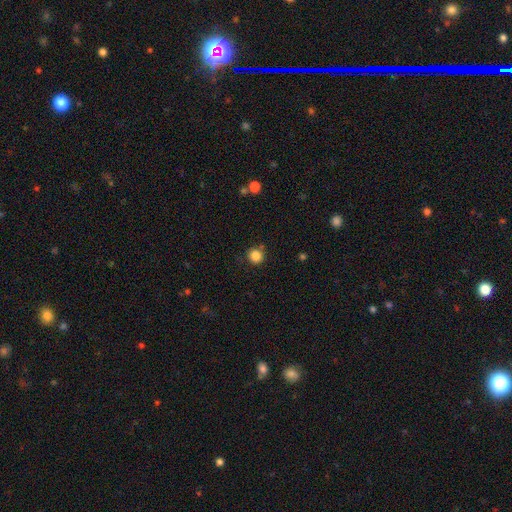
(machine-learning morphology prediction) smooth 85%, star or artifact 11%, featured or disk 4%. Down the decision tree: how rounded — round (93%); merging — none (84%).